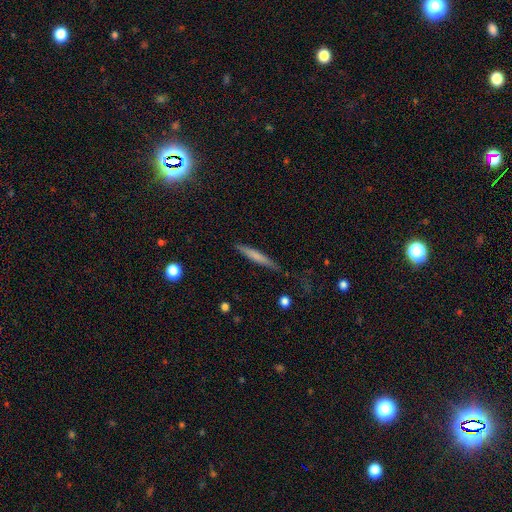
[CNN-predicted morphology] Smooth or featured? Predicted: smooth (p=0.58). How rounded? Predicted: cigar-shaped (p=0.94). Merging? Predicted: none (p=0.78).